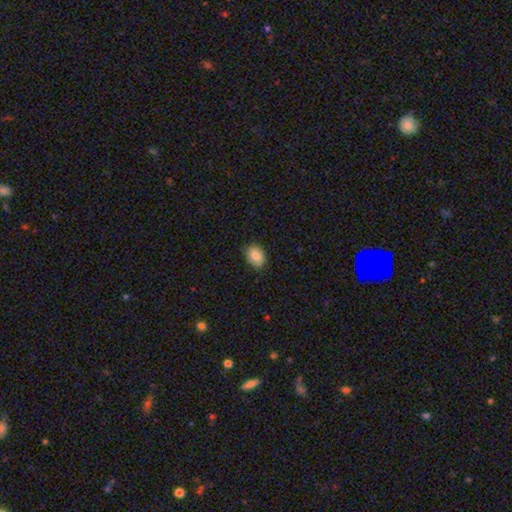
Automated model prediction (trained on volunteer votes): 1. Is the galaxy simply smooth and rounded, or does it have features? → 83% smooth, 9% featured or disk, 8% star or artifact.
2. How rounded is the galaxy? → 74% in between, 25% round, 1% cigar-shaped.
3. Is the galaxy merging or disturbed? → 82% none, 14% minor disturbance, 2% major disturbance, 1% merger.